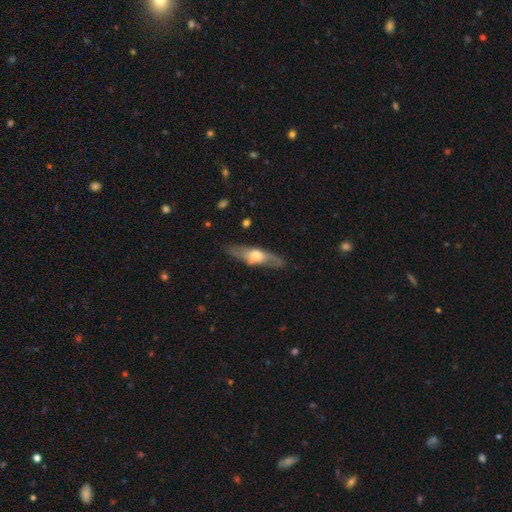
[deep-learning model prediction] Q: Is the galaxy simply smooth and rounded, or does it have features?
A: featured or disk — 56%.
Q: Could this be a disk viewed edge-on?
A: yes — 67%.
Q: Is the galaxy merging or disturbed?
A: none — 80%.